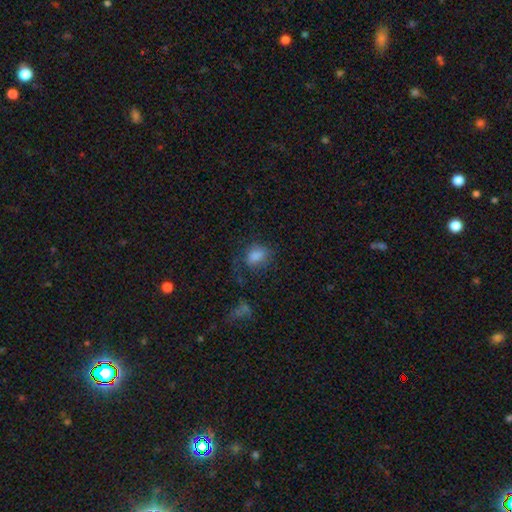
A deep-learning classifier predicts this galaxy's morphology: Smooth or featured: smooth — 77% (star or artifact — 14%)
How rounded: in between — 63% (round — 35%)
Merging: none — 55% (minor disturbance — 21%)